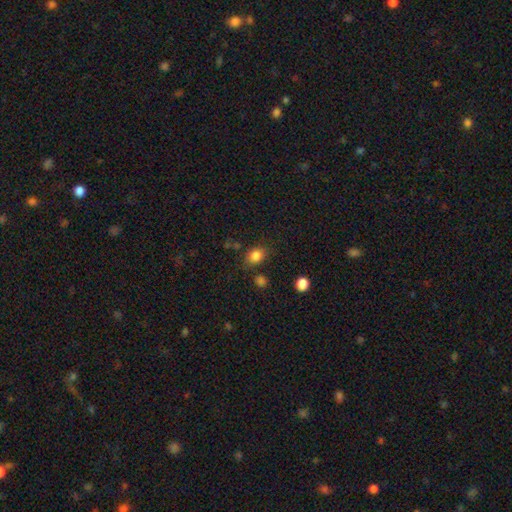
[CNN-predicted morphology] smooth 84%, star or artifact 11%, featured or disk 5%. Down the decision tree: how rounded — in between (56%); merging — none (73%).